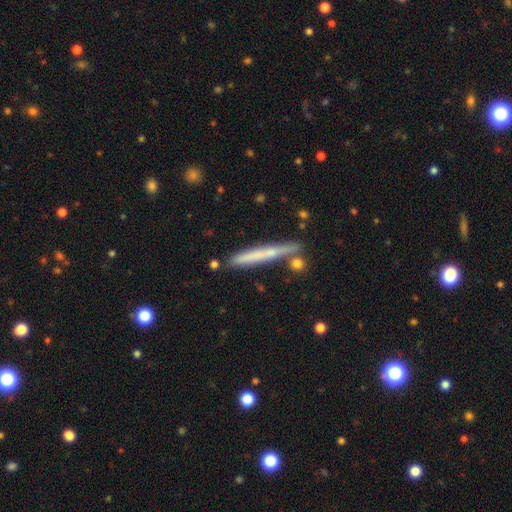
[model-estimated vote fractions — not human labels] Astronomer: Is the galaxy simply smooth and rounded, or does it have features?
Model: smooth — 51% (runner-up: featured or disk, 43%).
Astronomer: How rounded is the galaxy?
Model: cigar-shaped — 96%.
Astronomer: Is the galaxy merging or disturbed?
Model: none — 78%.